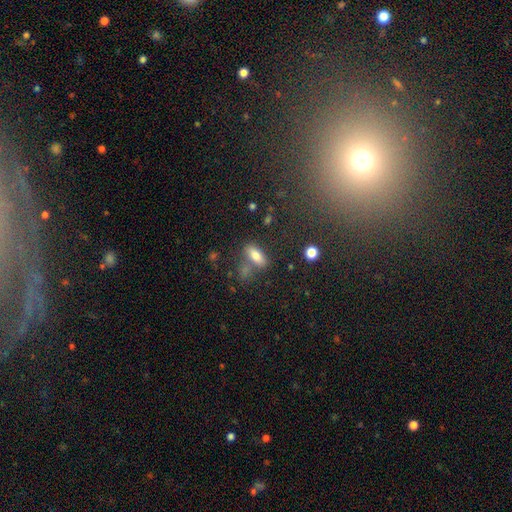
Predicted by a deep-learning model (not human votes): Smooth or featured? smooth (79%)
How rounded? in between (78%)
Merging? none (62%)